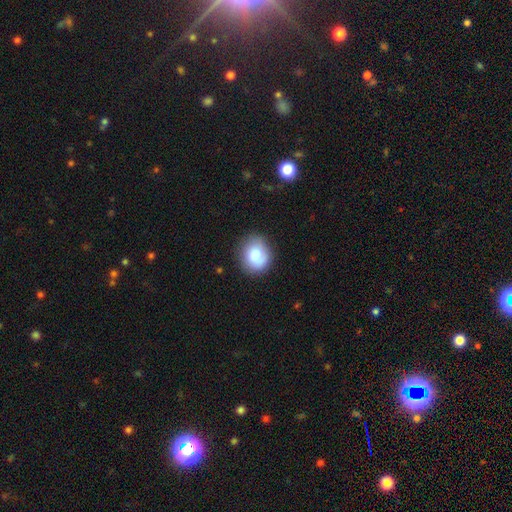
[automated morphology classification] smooth-or-featured: smooth: 79% | featured or disk: 13% | star or artifact: 7%
  how-rounded: round: 74% | in between: 25% | cigar-shaped: 1%
  merging: none: 76% | minor disturbance: 17% | major disturbance: 5% | merger: 2%